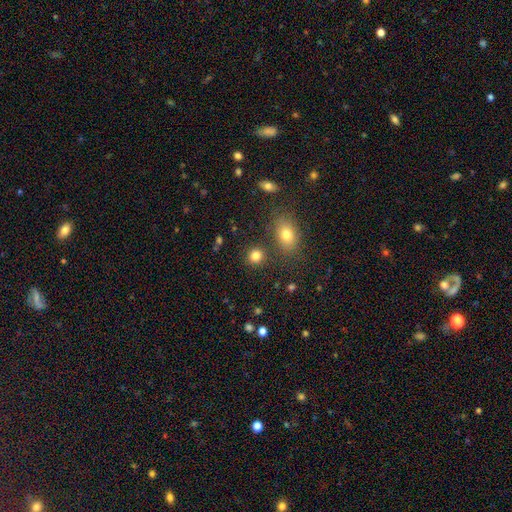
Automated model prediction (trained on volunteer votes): This appears to be a smooth galaxy with no disk features (82%) that is round (83%). Merging: none (84%).